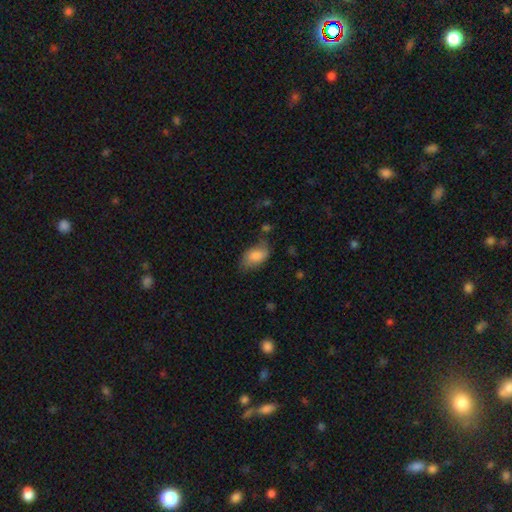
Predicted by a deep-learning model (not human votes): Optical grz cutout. It shows a smooth galaxy with no disk features (79%) that is in between round and cigar-shaped (91%). Merging: none (57%).